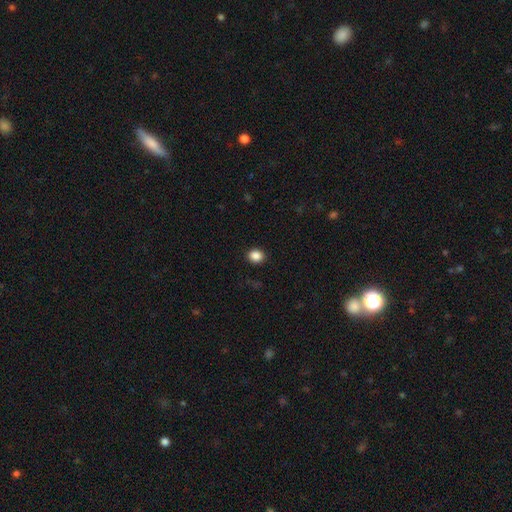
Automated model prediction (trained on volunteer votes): Morphology: type=smooth (86%); roundness=round (70%); merging=none (91%).